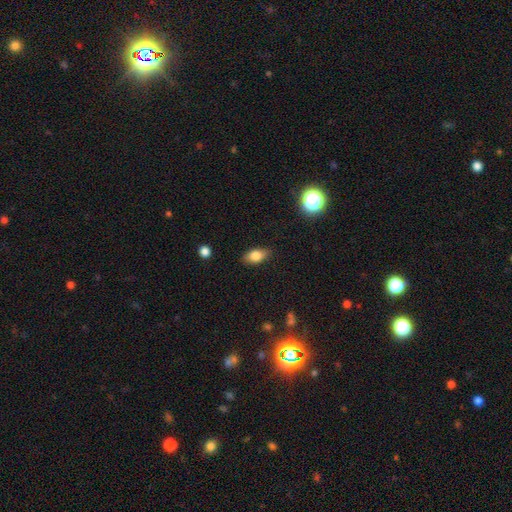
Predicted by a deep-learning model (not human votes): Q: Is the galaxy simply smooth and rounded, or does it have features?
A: smooth — 79%.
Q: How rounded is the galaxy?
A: in between — 86%.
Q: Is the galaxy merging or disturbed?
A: none — 83%.